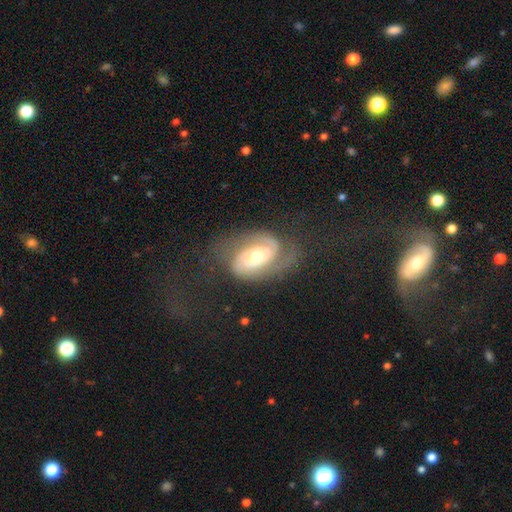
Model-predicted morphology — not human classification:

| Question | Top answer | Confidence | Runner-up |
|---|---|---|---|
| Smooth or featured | featured or disk | 83% | smooth (11%) |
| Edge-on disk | no | 97% | yes (3%) |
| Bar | no | 43% | weak (36%) |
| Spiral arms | yes | 95% | no (5%) |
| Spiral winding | medium | 44% | tight (39%) |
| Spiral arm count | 2 | 78% | 1 (9%) |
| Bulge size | moderate | 63% | small (28%) |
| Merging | none | 58% | major disturbance (21%) |